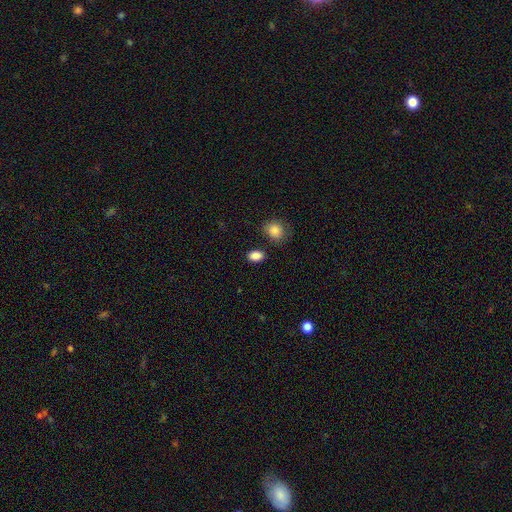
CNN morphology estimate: Smooth or featured: smooth — 87% (star or artifact — 9%)
How rounded: in between — 79% (round — 19%)
Merging: none — 81% (minor disturbance — 11%)